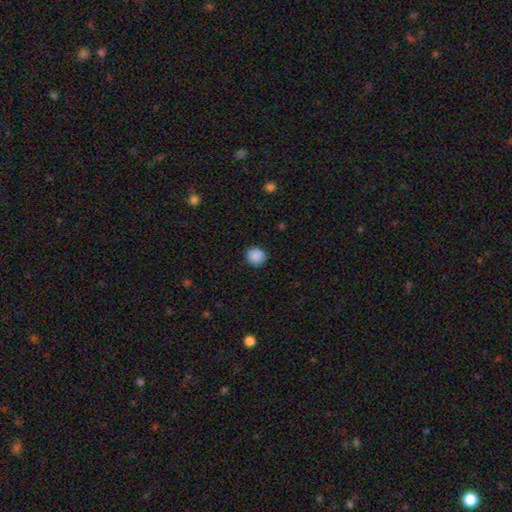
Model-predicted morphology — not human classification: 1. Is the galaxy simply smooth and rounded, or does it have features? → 89% smooth, 8% star or artifact, 3% featured or disk.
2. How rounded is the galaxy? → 90% round, 9% in between, 1% cigar-shaped.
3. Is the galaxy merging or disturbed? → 90% none, 7% minor disturbance, 2% major disturbance, 1% merger.